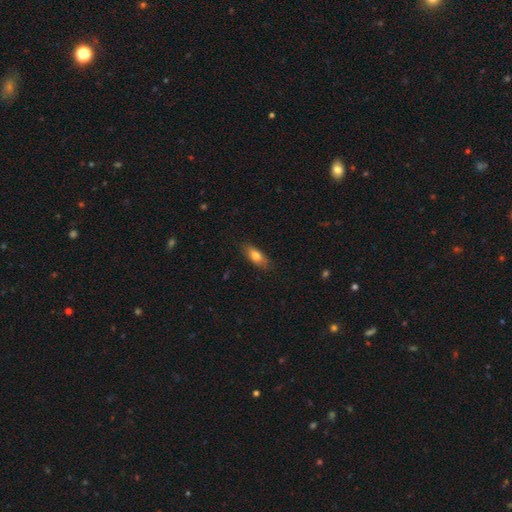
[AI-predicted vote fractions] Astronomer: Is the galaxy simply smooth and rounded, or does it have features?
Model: smooth — 76%.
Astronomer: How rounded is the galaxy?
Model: in between — 75%.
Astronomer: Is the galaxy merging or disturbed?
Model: none — 82%.